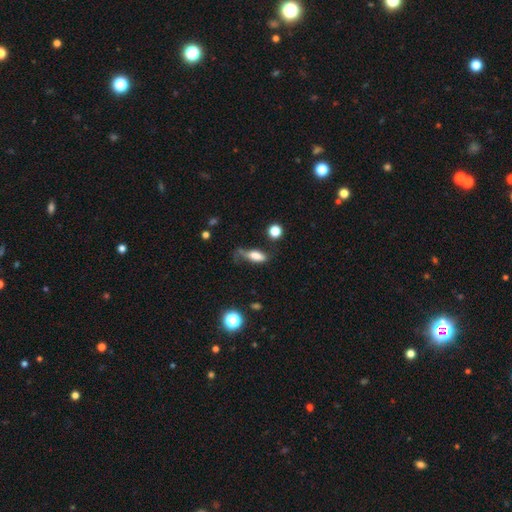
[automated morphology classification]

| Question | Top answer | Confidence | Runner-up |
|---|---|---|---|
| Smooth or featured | smooth | 71% | featured or disk (19%) |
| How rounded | in between | 65% | cigar-shaped (31%) |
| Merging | none | 39% | minor disturbance (32%) |